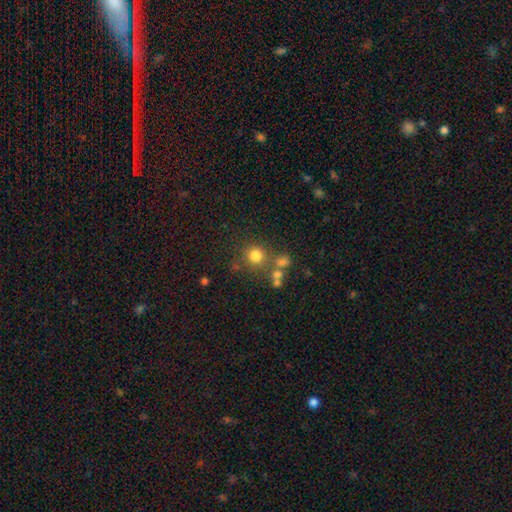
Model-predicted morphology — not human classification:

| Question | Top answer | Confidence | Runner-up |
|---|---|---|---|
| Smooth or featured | smooth | 75% | star or artifact (15%) |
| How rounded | round | 92% | in between (7%) |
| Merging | none | 70% | merger (15%) |